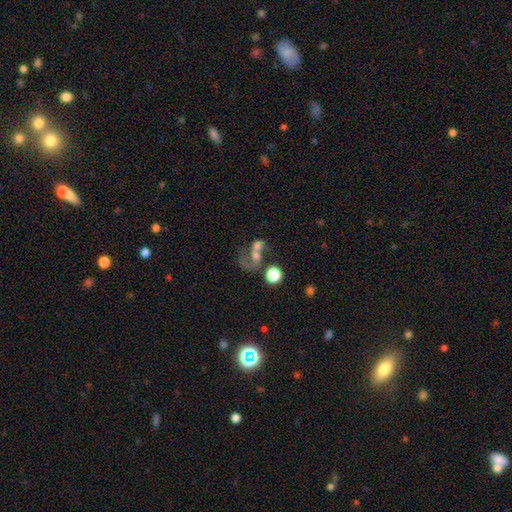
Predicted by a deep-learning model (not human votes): The model was most divided on "smooth or featured": smooth: 46%, featured or disk: 39%, star or artifact: 15%. More confident: merging — merger (58%).